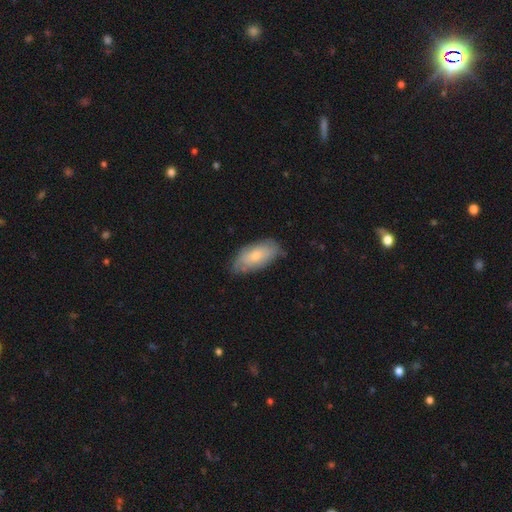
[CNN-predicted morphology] This appears to be a smooth galaxy with no disk features (62%) that is in between round and cigar-shaped (90%). Merging: none (72%).